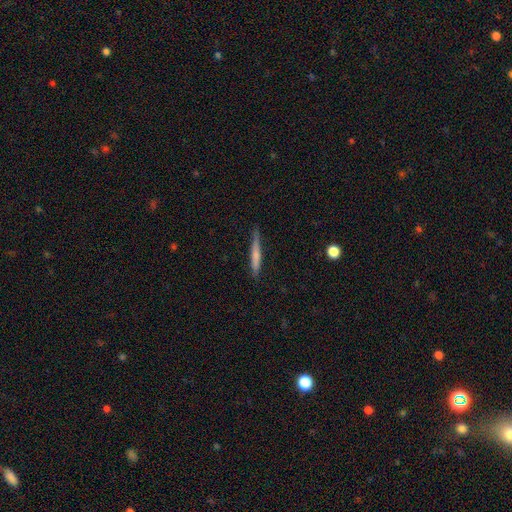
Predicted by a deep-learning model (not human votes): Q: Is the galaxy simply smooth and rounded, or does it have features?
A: smooth — 60%.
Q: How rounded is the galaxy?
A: cigar-shaped — 95%.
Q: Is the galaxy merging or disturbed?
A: none — 83%.